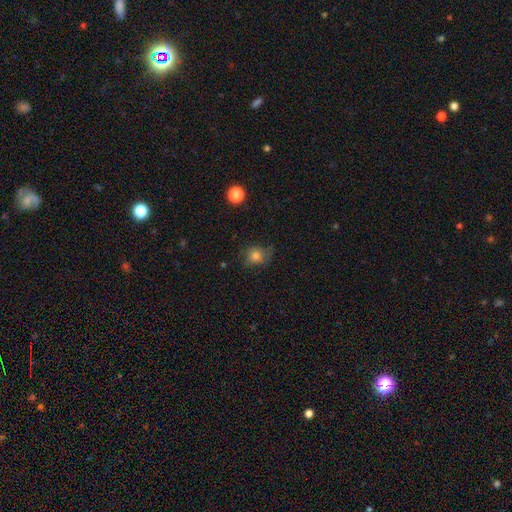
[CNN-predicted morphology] smooth 79%, star or artifact 12%, featured or disk 9%. Down the decision tree: how rounded — round (72%); merging — none (63%).